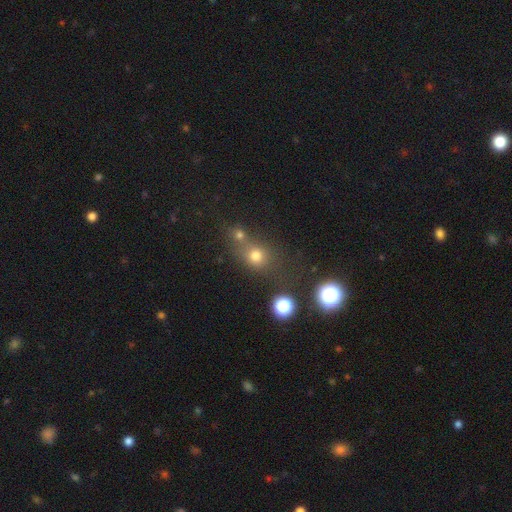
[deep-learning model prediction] Smooth or featured: smooth — 70% (star or artifact — 20%)
How rounded: round — 75% (in between — 23%)
Merging: none — 48% (merger — 35%)